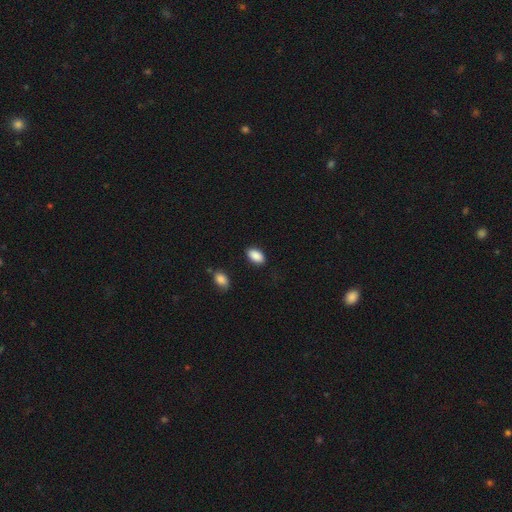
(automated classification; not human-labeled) The model was most divided on "merging": none: 84%, minor disturbance: 12%, major disturbance: 3%, merger: 2%. More confident: how rounded — in between (92%); smooth or featured — smooth (89%).